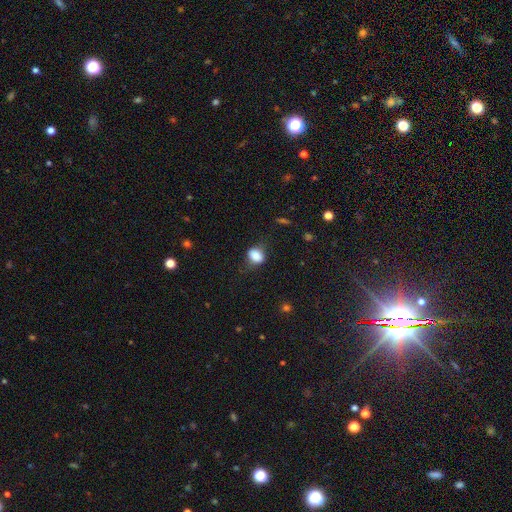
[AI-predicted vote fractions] Overall: smooth (84%). How rounded: in between (58%; round 41%). Merging: none (63%; minor disturbance 25%).